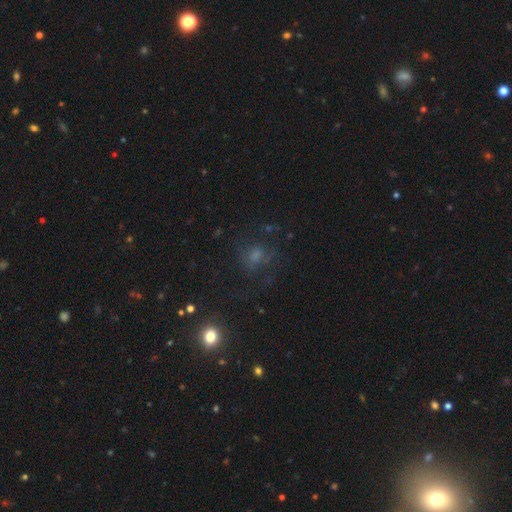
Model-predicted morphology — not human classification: This is possibly a smooth galaxy (49%). Merging: possibly none (55%).